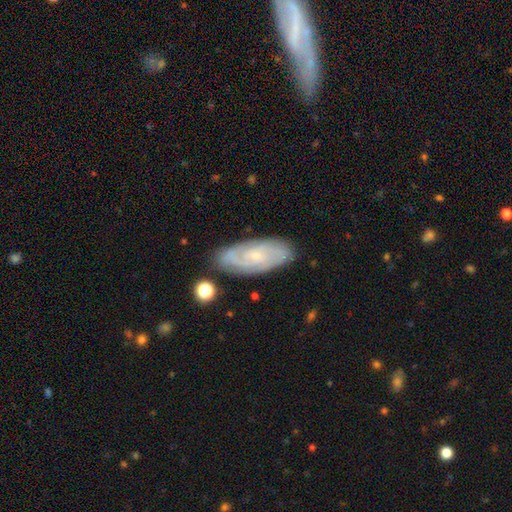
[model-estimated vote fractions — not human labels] Morphology: type=featured or disk (68%); edge-on=no (90%); bar=no (70%); spiral arms=yes (88%); winding=tight (60%); arm count=can't tell (44%); bulge=small (74%); merging=none (79%).